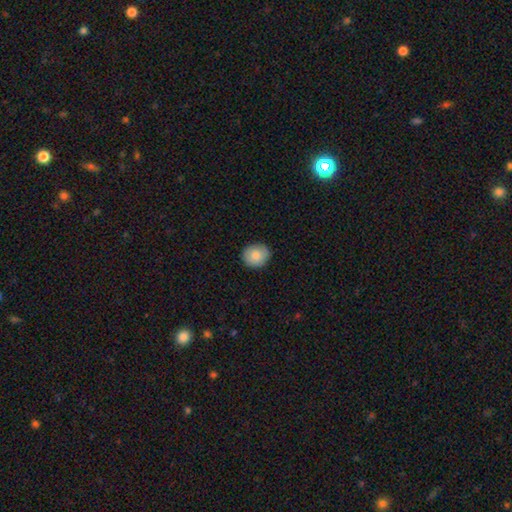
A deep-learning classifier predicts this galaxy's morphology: Overall: smooth (84%). How rounded: round (71%). Merging: none (88%).